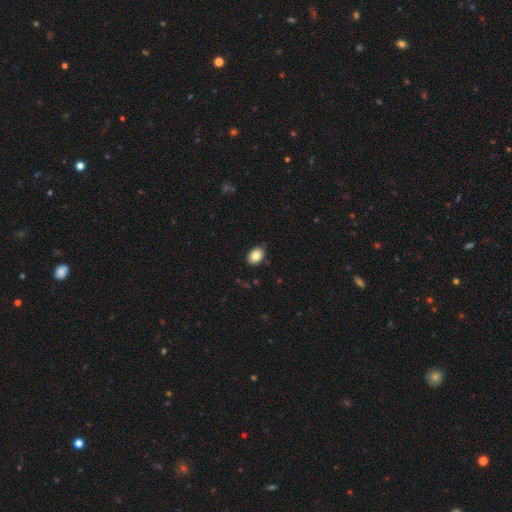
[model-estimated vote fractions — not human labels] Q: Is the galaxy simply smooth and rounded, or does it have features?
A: smooth — 83%.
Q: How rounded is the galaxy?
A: in between — 75%.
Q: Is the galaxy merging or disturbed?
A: none — 80%.